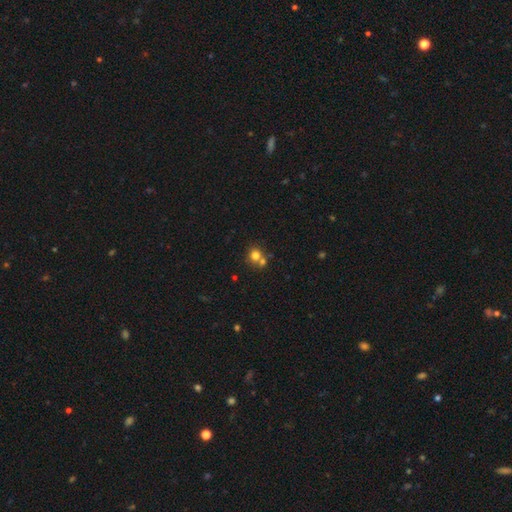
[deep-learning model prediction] Overall: smooth (75%). How rounded: round (83%). Merging: none (51%; merger 38%).